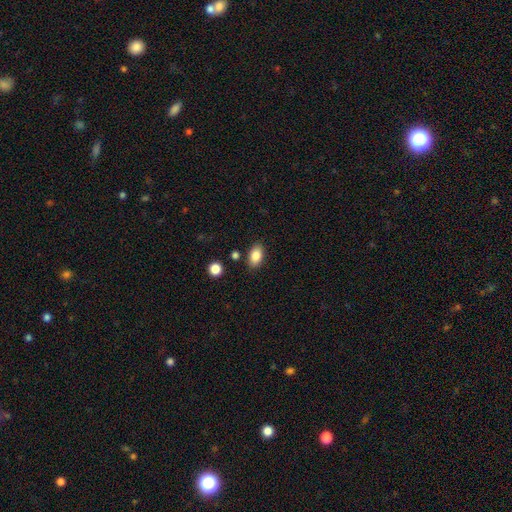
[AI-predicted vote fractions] smooth-or-featured: smooth: 86% | star or artifact: 8% | featured or disk: 6%
  how-rounded: in between: 90% | round: 9% | cigar-shaped: 2%
  merging: none: 84% | minor disturbance: 10% | merger: 3% | major disturbance: 2%